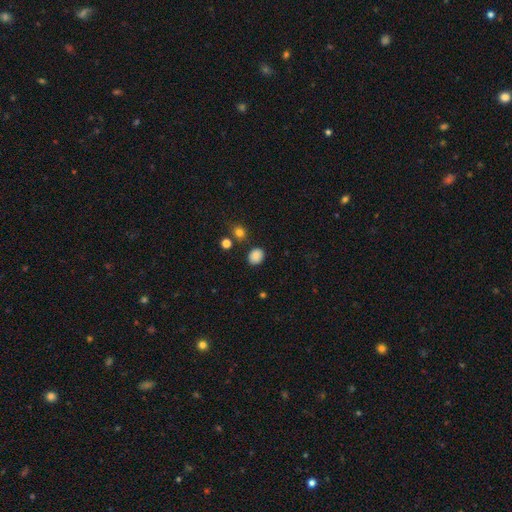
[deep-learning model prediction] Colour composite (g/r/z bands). It shows a smooth galaxy with no disk features (85%) that is round (53%). Merging: none (83%).